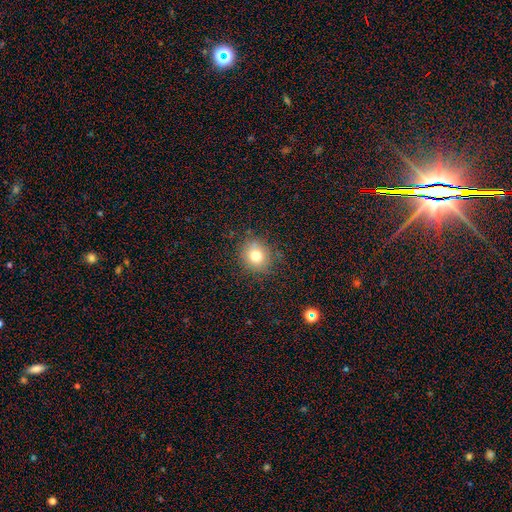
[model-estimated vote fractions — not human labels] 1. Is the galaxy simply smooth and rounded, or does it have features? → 76% smooth, 14% star or artifact, 10% featured or disk.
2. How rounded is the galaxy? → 82% round, 17% in between, 1% cigar-shaped.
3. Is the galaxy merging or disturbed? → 84% none, 11% minor disturbance, 3% major disturbance, 2% merger.